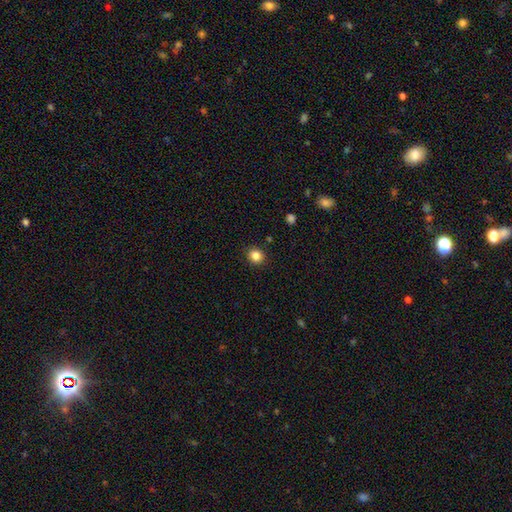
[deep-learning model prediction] This appears to be a smooth galaxy with no disk features (84%) that is round (81%). Merging: none (90%).